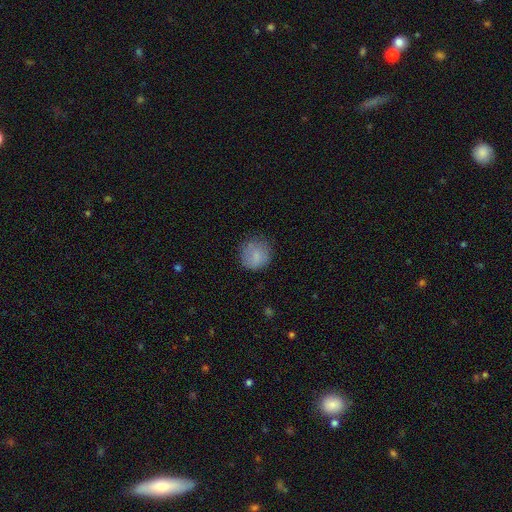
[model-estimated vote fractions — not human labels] Smooth or featured? Predicted: smooth (p=0.82). How rounded? Predicted: round (p=0.91). Merging? Predicted: none (p=0.76).